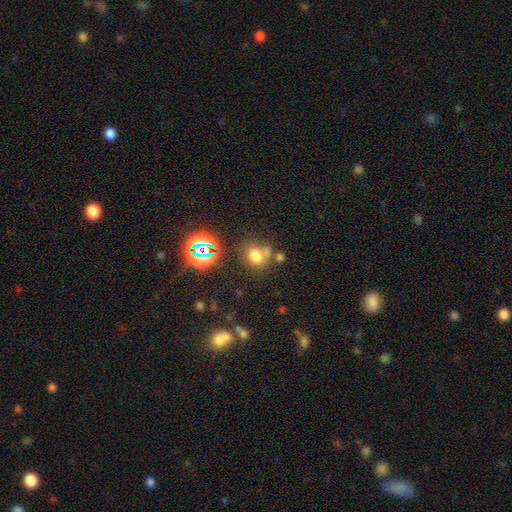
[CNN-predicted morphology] The model was most divided on "how rounded": round: 62%, in between: 36%, cigar-shaped: 1%. More confident: smooth or featured — smooth (64%); merging — none (54%).